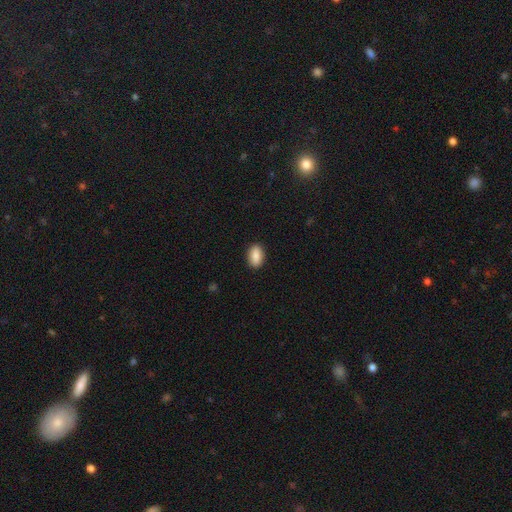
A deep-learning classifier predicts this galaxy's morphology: This appears to be a smooth galaxy with no disk features (87%) that is in between round and cigar-shaped (88%). Merging: none (89%).